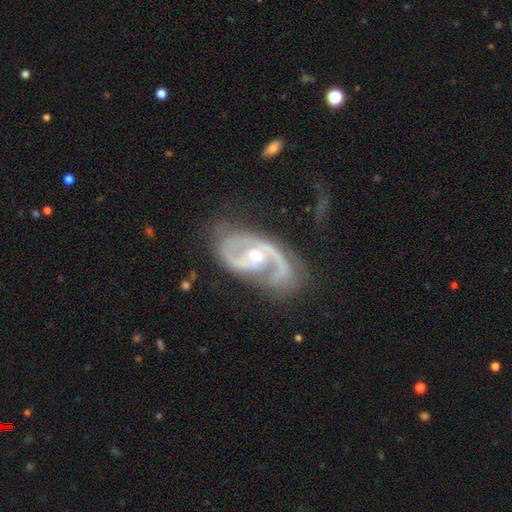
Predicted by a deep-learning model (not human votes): smooth-or-featured: featured or disk: 90% | smooth: 5% | star or artifact: 5%
  disk-edge-on: no: 96% | yes: 4%
    bar: no: 50% | weak: 33% | strong: 17%
    has-spiral-arms: yes: 95% | no: 5%
      spiral-winding: medium: 50% | tight: 31% | loose: 19%
      spiral-arm-count: 2: 79% | 1: 10% | can't tell: 5% | 3: 3% | 4: 1% | more than 4: 1%
    bulge-size: moderate: 61% | small: 35% | large: 3% | none: 1% | dominant: 1%
  merging: none: 59% | minor disturbance: 22% | major disturbance: 16% | merger: 3%